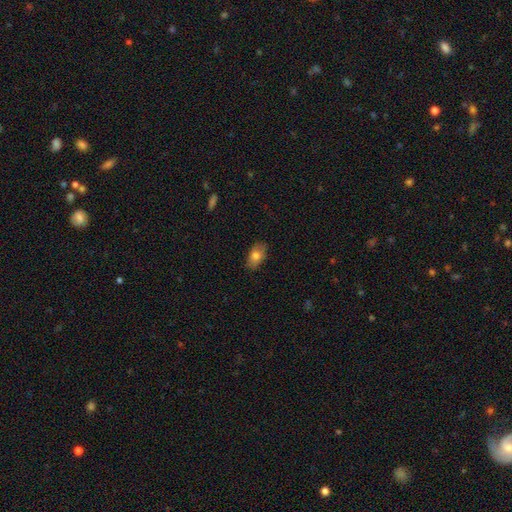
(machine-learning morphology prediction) Smooth or featured?
  - smooth: 77% *
  - featured or disk: 15%
  - star or artifact: 8%
How rounded?
  - in between: 91% *
  - round: 7%
  - cigar-shaped: 3%
Merging?
  - none: 82% *
  - minor disturbance: 15%
  - major disturbance: 3%
  - merger: 1%